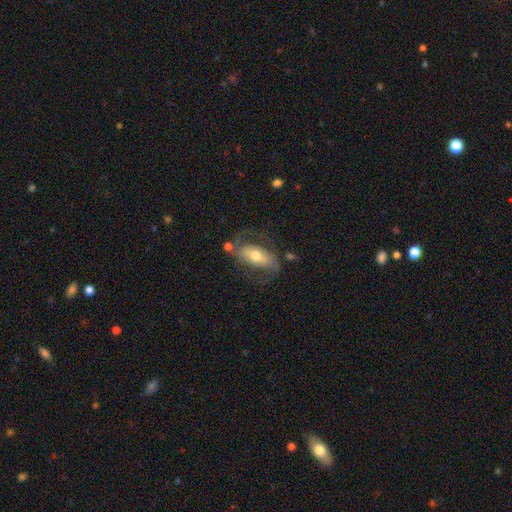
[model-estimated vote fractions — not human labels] This is likely a featured or disk galaxy (69%). It is clearly not viewed edge-on (91%). Bar: marginally weak (34%, tied with strong). Spiral arm pattern: clearly yes (84%). Spiral arm count: clearly 2 (87%). Spiral winding: marginally medium (43%, tied with loose). Central bulge: likely moderate (67%). Merging: likely none (61%).